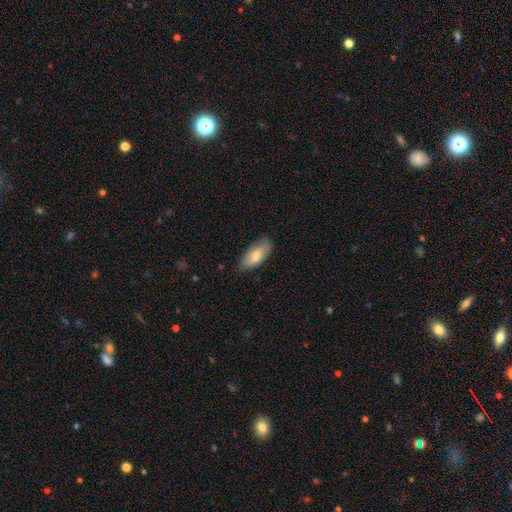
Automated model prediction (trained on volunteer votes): A smooth galaxy with no disk features (72%) that is in between round and cigar-shaped (88%). Merging: none (75%).